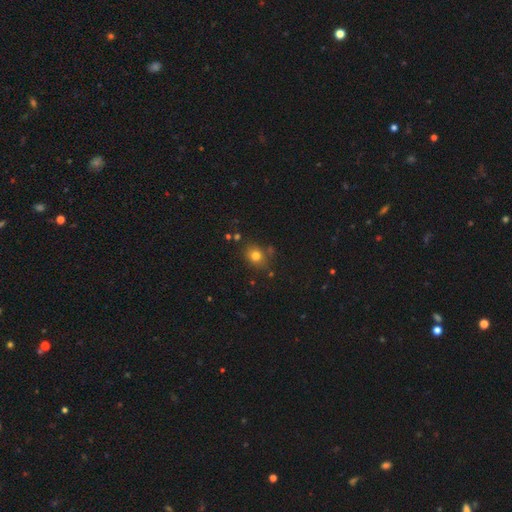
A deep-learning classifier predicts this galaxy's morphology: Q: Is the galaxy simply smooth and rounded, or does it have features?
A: smooth — 77%.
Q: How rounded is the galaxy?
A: round — 66%.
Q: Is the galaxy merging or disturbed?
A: none — 78%.